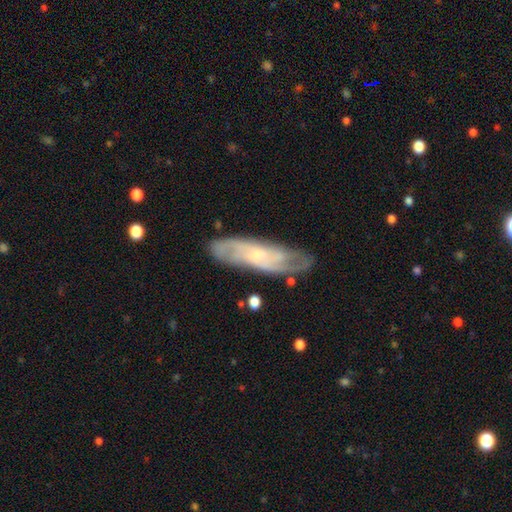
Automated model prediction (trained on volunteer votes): A featured or disk galaxy (65%).

Vote fractions:
- Smooth or featured? featured or disk: 65% / smooth: 26% / star or artifact: 9%
- Edge-on disk? no: 71% / yes: 29%
- Merging? none: 78% / minor disturbance: 16% / major disturbance: 4% / merger: 2%